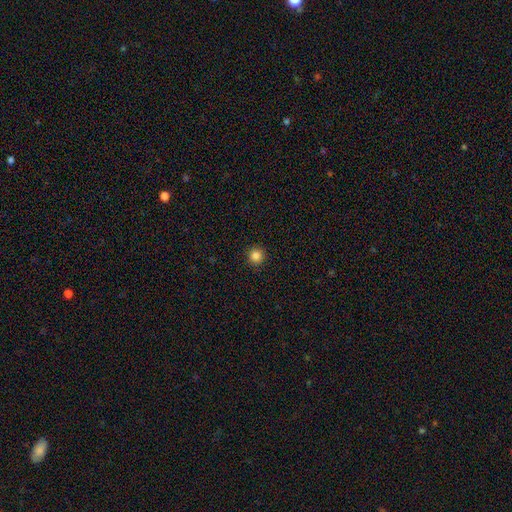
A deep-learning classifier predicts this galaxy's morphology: smooth 85%, star or artifact 12%, featured or disk 4%. Down the decision tree: how rounded — round (95%); merging — none (93%).